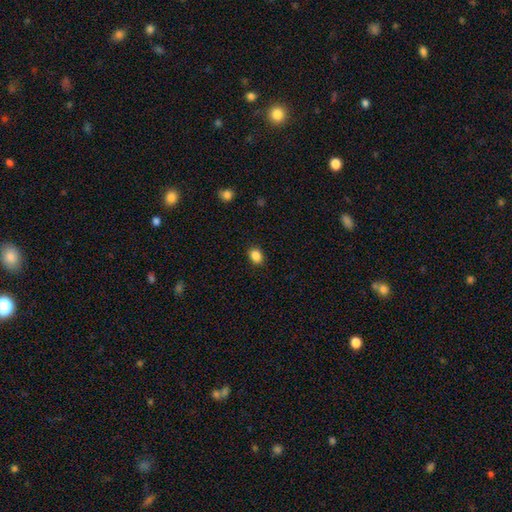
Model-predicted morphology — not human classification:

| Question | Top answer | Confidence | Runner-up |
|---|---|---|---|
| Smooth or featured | smooth | 87% | star or artifact (10%) |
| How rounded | in between | 62% | round (37%) |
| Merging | none | 90% | minor disturbance (7%) |